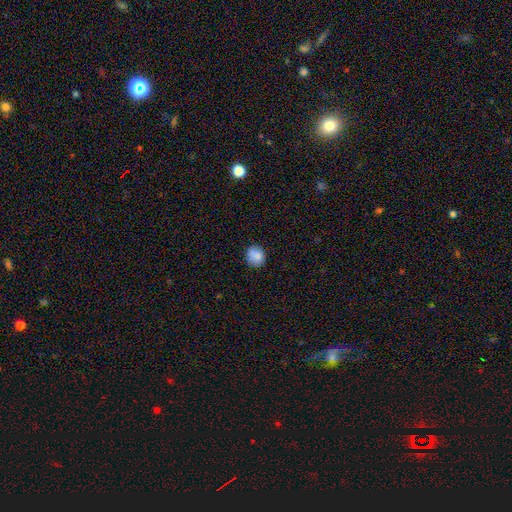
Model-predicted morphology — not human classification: Overall: smooth (85%). How rounded: round (79%). Merging: none (79%).